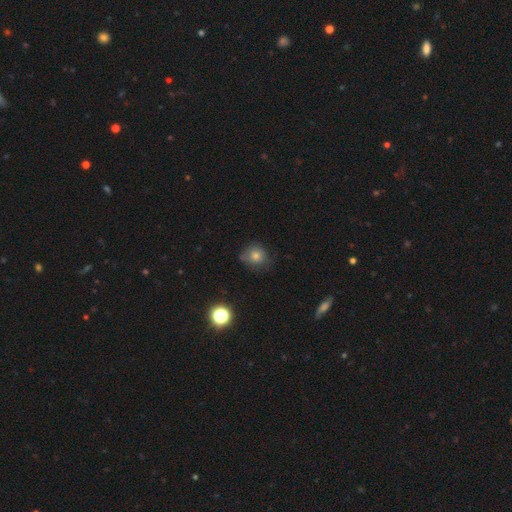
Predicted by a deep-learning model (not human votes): Smooth or featured?
  - smooth: 73% *
  - star or artifact: 15%
  - featured or disk: 12%
How rounded?
  - round: 83% *
  - in between: 16%
  - cigar-shaped: 1%
Merging?
  - none: 66% *
  - minor disturbance: 25%
  - major disturbance: 7%
  - merger: 2%